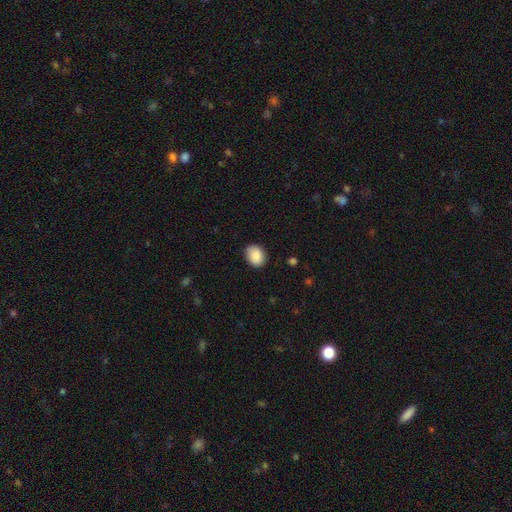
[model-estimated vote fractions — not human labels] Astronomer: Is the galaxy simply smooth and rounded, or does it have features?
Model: smooth — 88%.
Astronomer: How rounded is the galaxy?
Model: in between — 56% (runner-up: round, 44%).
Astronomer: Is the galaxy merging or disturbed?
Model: none — 83%.